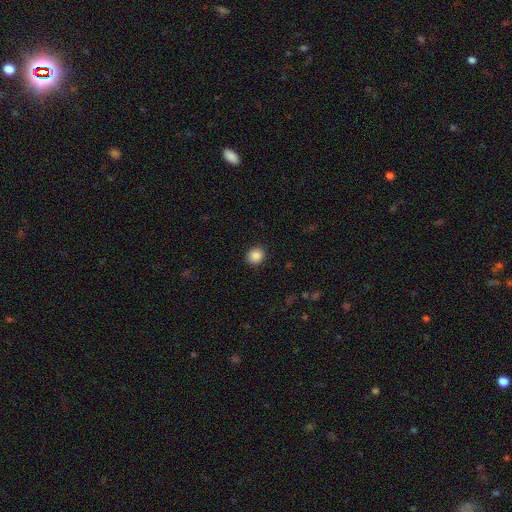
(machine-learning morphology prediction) smooth 87%, star or artifact 9%, featured or disk 3%. Down the decision tree: how rounded — round (82%); merging — none (90%).